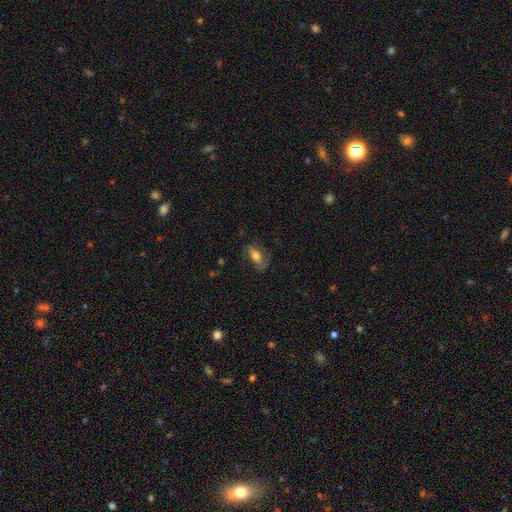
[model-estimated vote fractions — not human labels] Overall: smooth (59%; featured or disk 33%). How rounded: in between (82%). Merging: none (65%).